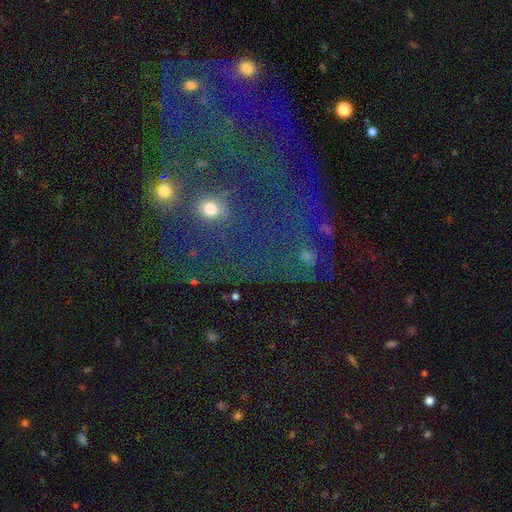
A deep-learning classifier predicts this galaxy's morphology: star or artifact 52%, featured or disk 26%, smooth 22%.